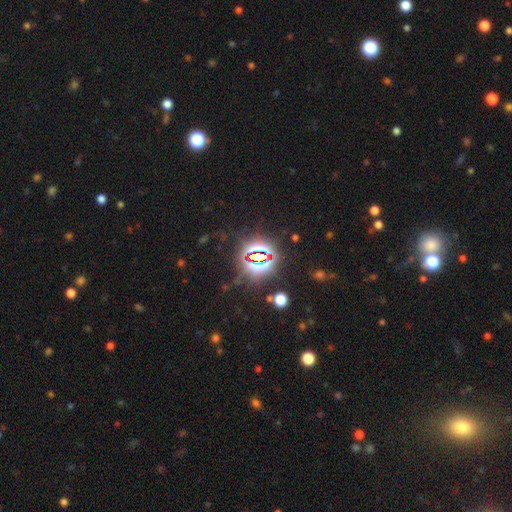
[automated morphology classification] Smooth or featured?
  - star or artifact: 79% *
  - smooth: 13%
  - featured or disk: 8%